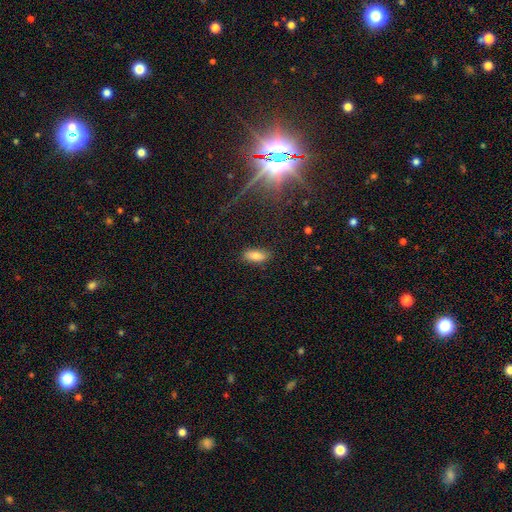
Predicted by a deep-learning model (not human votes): This is clearly a smooth galaxy (83%). How rounded: clearly in between (82%). Merging: clearly none (85%).